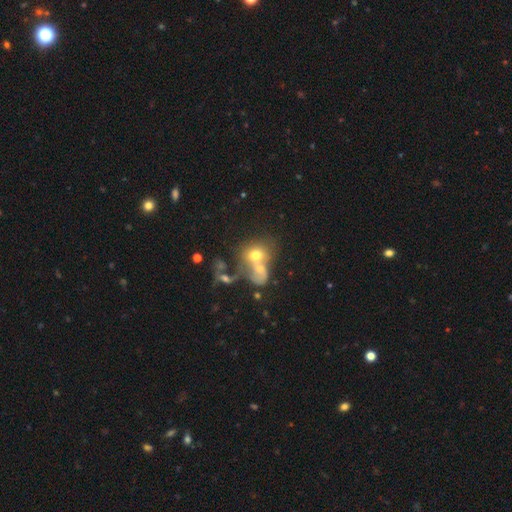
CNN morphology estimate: A smooth galaxy with no disk features (58%) that is round (53%).

Vote fractions:
- Smooth or featured? smooth: 58% / featured or disk: 30% / star or artifact: 12%
- How rounded? round: 53% / in between: 46% / cigar-shaped: 2%
- Merging? merger: 71% / none: 15% / major disturbance: 8% / minor disturbance: 6%